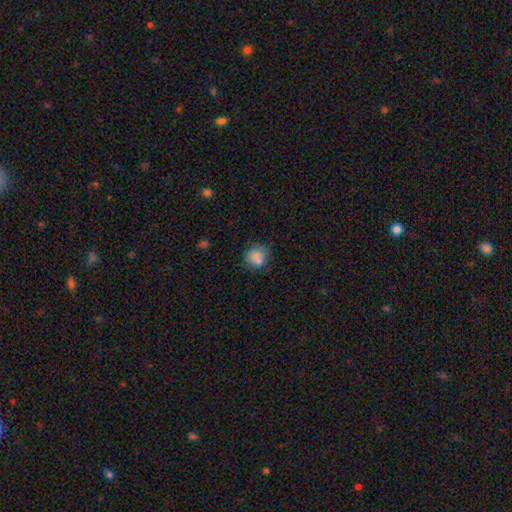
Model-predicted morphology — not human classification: type=smooth (79%); roundness=round (83%); merging=none (63%).